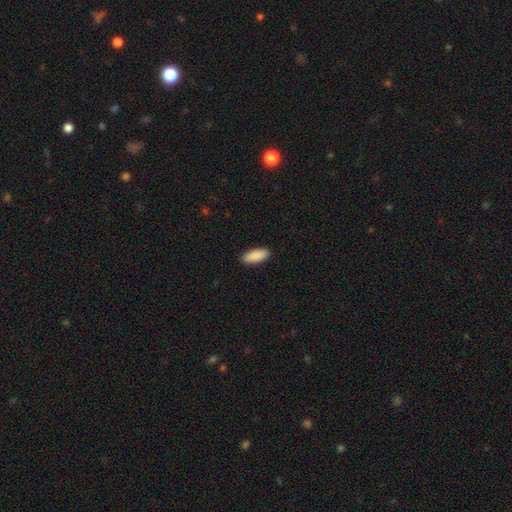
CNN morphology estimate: A smooth galaxy with no disk features (91%) that is in between round and cigar-shaped (86%). Merging: none (90%).